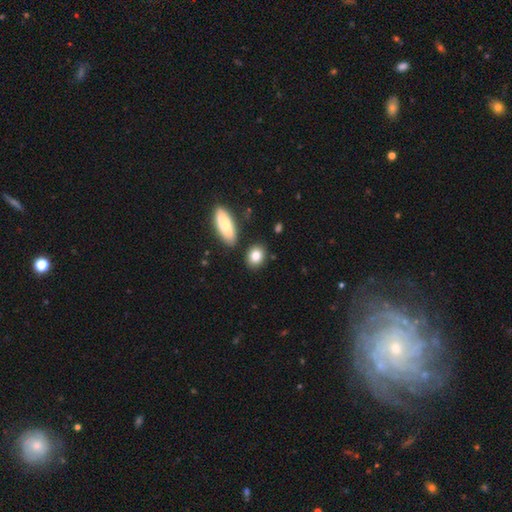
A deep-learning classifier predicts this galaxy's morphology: type=smooth (83%); roundness=in between (57%); merging=none (81%).